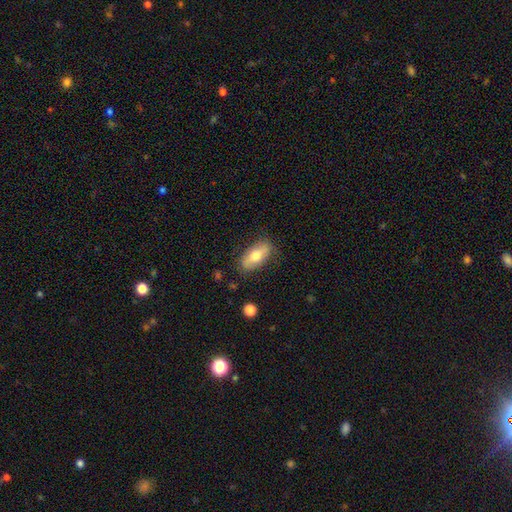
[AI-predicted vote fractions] Smooth or featured? Predicted: smooth (p=0.66). How rounded? Predicted: in between (p=0.86). Merging? Predicted: none (p=0.82).